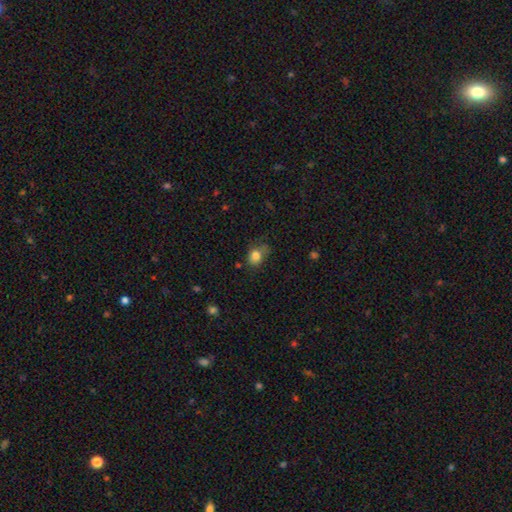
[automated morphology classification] Smooth or featured?
  - smooth: 81% *
  - star or artifact: 11%
  - featured or disk: 8%
How rounded?
  - round: 54% *
  - in between: 45%
  - cigar-shaped: 1%
Merging?
  - none: 55% *
  - minor disturbance: 30%
  - major disturbance: 11%
  - merger: 5%